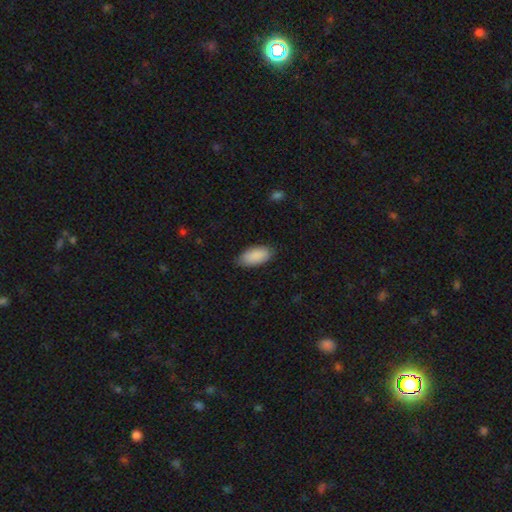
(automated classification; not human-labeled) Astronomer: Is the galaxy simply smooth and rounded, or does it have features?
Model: smooth — 90%.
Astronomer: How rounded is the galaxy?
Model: in between — 93%.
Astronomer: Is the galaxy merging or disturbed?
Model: none — 82%.